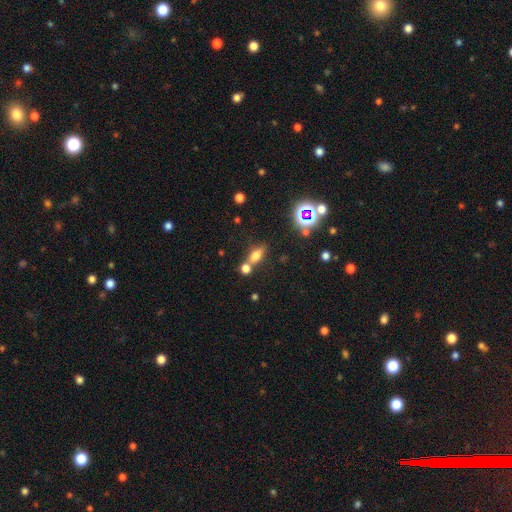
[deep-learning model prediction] A smooth galaxy with no disk features (68%) that is in between round and cigar-shaped (67%). Merging: none (50%).